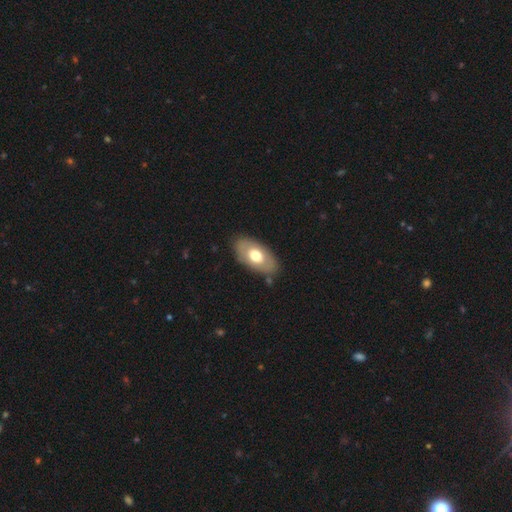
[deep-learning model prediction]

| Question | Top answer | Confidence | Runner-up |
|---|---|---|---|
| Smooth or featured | smooth | 57% | featured or disk (38%) |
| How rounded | in between | 92% | round (5%) |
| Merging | none | 81% | minor disturbance (13%) |